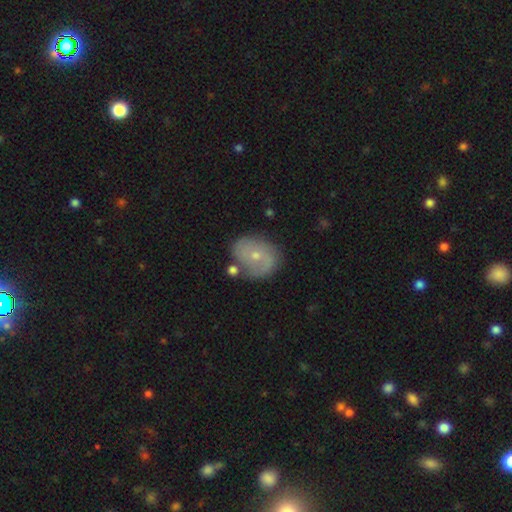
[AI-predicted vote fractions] Morphology: type=featured or disk (53%); edge-on=no (96%); bar=no (73%); spiral arms=yes (67%); bulge=small (63%); merging=none (65%).